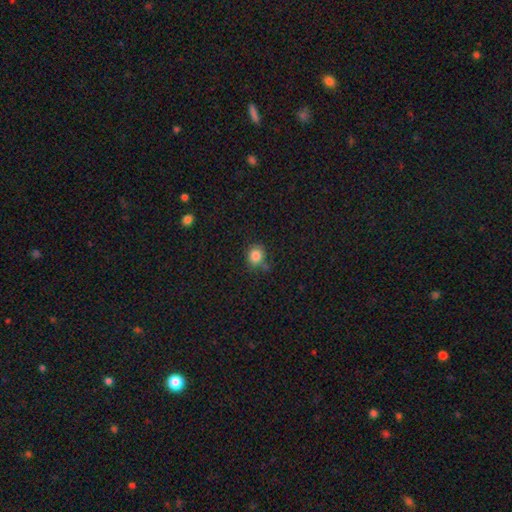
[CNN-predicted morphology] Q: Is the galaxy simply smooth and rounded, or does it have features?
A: smooth — 84%.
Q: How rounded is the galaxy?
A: round — 76%.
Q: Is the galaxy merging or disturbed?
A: none — 73%.